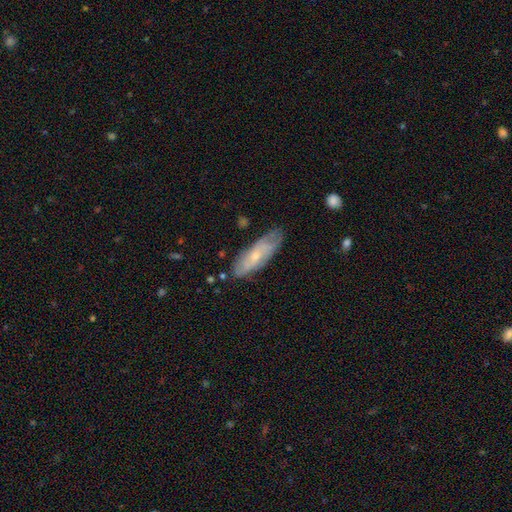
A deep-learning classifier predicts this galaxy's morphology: type=featured or disk (51%); edge-on=no (76%); merging=none (72%).